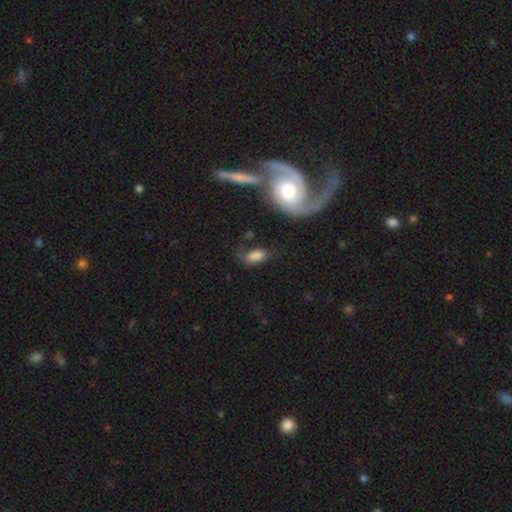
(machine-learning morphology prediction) The model was most divided on "merging": none: 52%, minor disturbance: 24%, major disturbance: 17%, merger: 7%. More confident: how rounded — in between (89%); smooth or featured — smooth (77%).